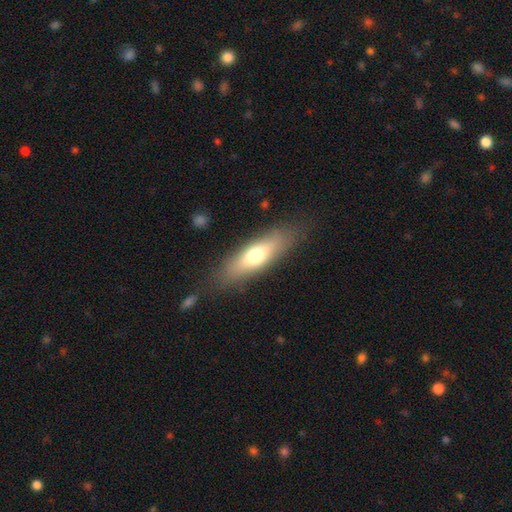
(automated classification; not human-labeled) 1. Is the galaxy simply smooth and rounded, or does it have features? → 64% smooth, 29% featured or disk, 7% star or artifact.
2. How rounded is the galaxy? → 52% in between, 45% cigar-shaped, 3% round.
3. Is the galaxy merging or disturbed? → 82% none, 12% minor disturbance, 4% major disturbance, 1% merger.